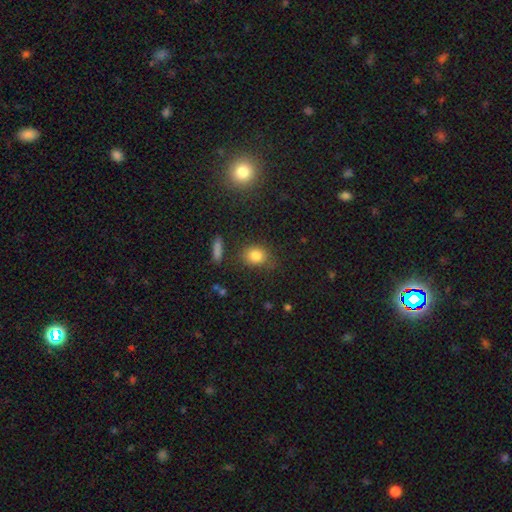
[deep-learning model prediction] Morphology: type=smooth (82%); roundness=round (51%); merging=none (75%).